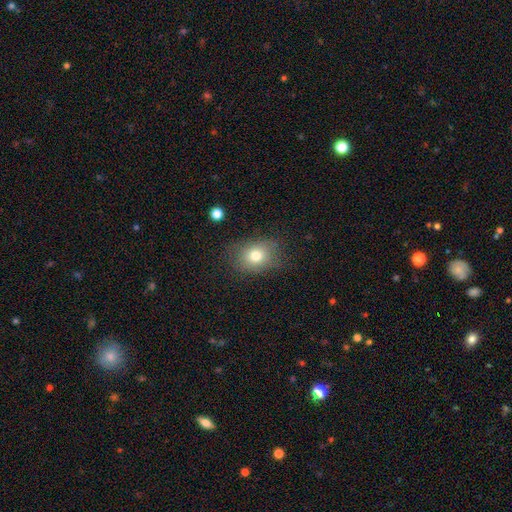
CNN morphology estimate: smooth 75%, featured or disk 13%, star or artifact 12%. Down the decision tree: how rounded — in between (58%); merging — none (72%).